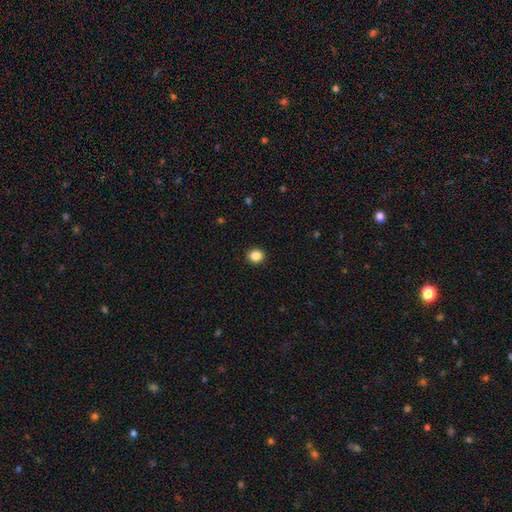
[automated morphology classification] This is clearly a smooth galaxy (86%). How rounded: clearly round (85%). Merging: clearly none (93%).